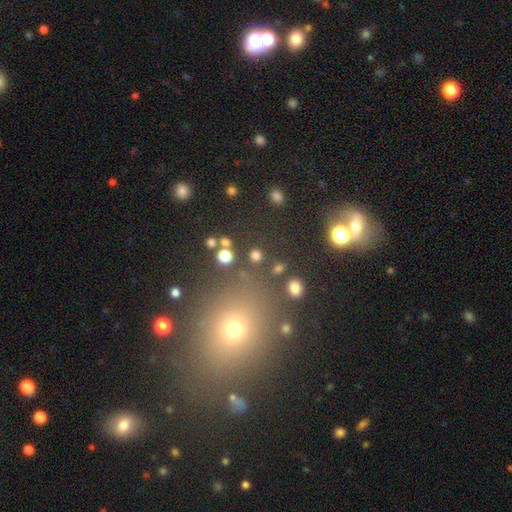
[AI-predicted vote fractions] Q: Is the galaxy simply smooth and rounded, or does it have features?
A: smooth — 76%.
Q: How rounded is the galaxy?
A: round — 87%.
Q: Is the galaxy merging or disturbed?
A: none — 81%.